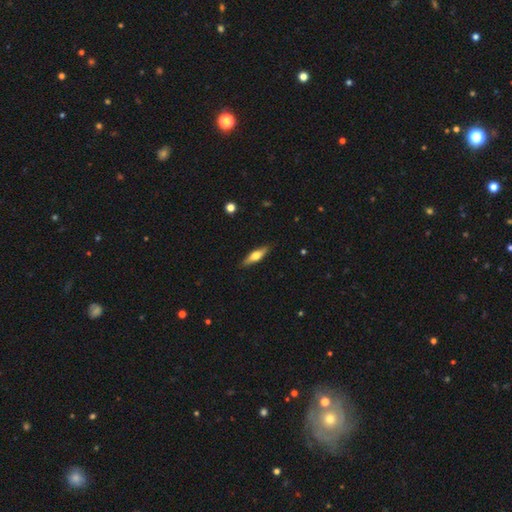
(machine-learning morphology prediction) A smooth galaxy with no disk features (48%).

Vote fractions:
- Smooth or featured? smooth: 48% / featured or disk: 46% / star or artifact: 6%
- Merging? none: 88% / minor disturbance: 9% / major disturbance: 2% / merger: 1%